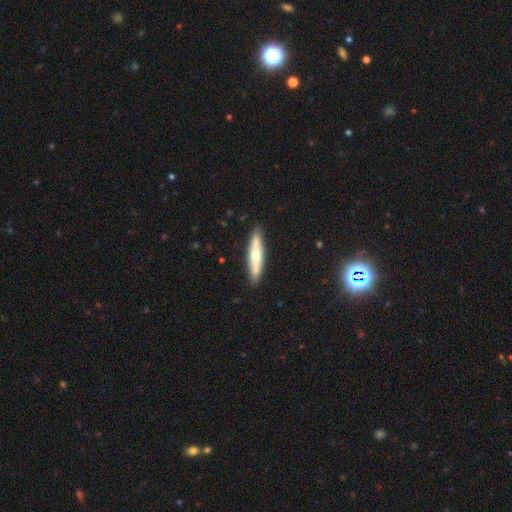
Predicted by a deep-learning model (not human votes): Smooth or featured: smooth — 52% (featured or disk — 43%)
How rounded: cigar-shaped — 83% (in between — 15%)
Merging: none — 87% (minor disturbance — 9%)